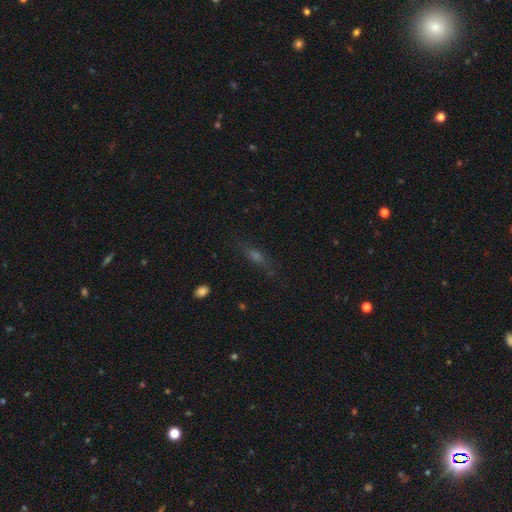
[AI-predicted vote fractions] Q: Smooth or featured?
A: smooth (40%); runner-up: featured or disk (31%)
Q: Merging?
A: none (75%); runner-up: minor disturbance (16%)